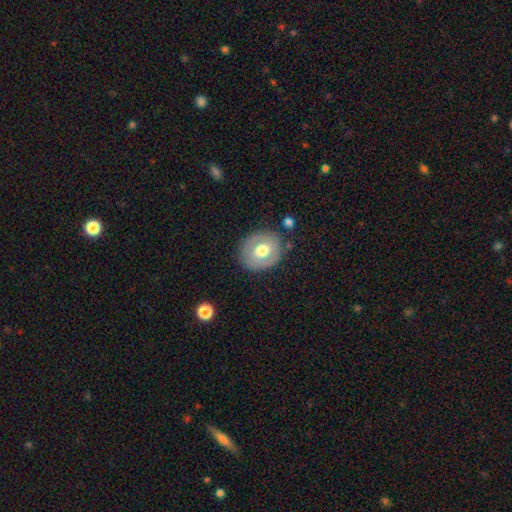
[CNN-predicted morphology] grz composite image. It shows a smooth galaxy with no disk features (48%). Merging: none (85%).